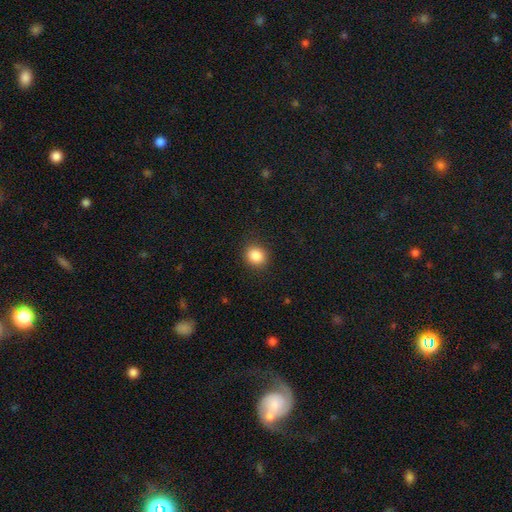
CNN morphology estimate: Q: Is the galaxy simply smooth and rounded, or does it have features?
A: smooth — 86%.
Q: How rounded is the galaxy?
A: round — 77%.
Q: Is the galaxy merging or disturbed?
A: none — 88%.